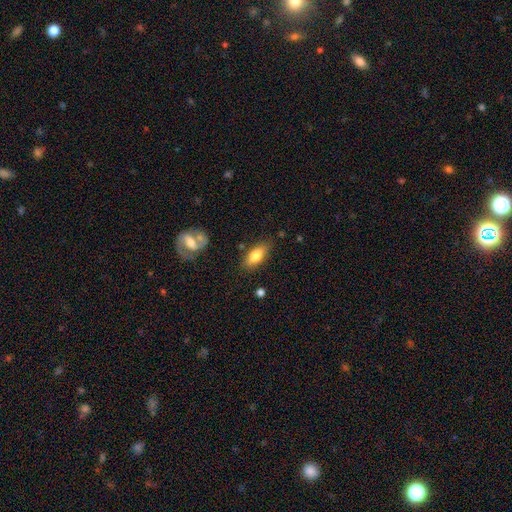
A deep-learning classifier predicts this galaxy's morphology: The model was most divided on "smooth or featured": smooth: 78%, featured or disk: 16%, star or artifact: 7%. More confident: how rounded — in between (83%); merging — none (80%).